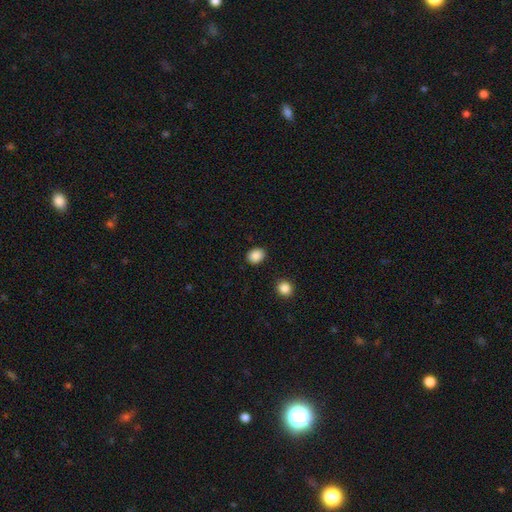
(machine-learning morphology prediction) Smooth or featured? smooth (88%)
How rounded? round (50%)
Merging? none (88%)